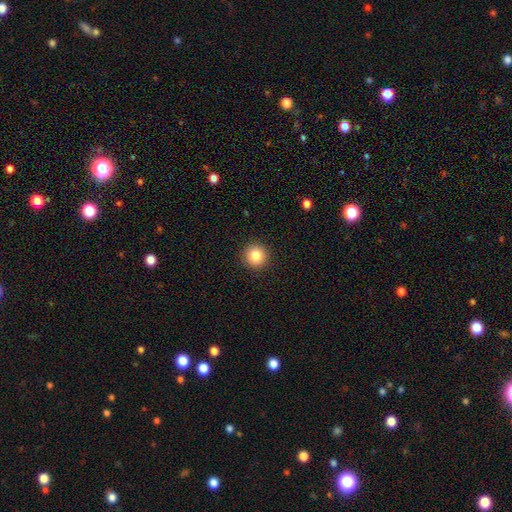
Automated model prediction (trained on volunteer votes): Smooth or featured? Predicted: smooth (p=0.84). How rounded? Predicted: round (p=0.95). Merging? Predicted: none (p=0.93).